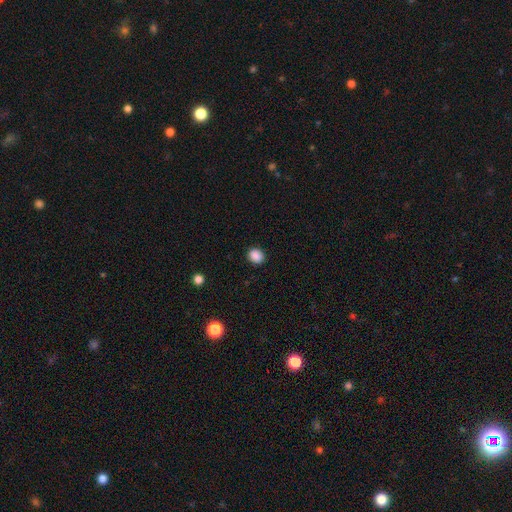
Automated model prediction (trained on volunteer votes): smooth 88%, star or artifact 9%, featured or disk 3%. Down the decision tree: how rounded — round (67%); merging — none (90%).